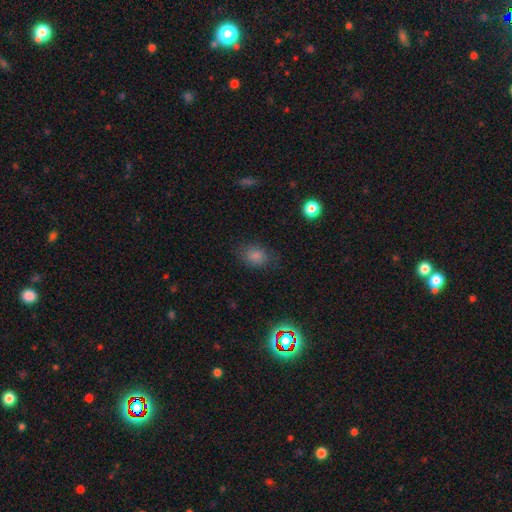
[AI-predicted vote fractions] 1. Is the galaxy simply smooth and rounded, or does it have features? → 81% smooth, 13% star or artifact, 6% featured or disk.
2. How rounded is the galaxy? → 65% in between, 33% round, 1% cigar-shaped.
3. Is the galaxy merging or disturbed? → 76% none, 17% minor disturbance, 6% major disturbance, 1% merger.